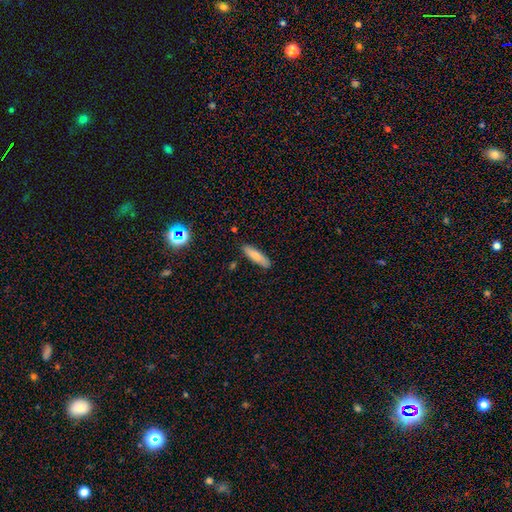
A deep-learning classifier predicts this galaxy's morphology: type=smooth (77%); roundness=cigar-shaped (65%); merging=none (86%).